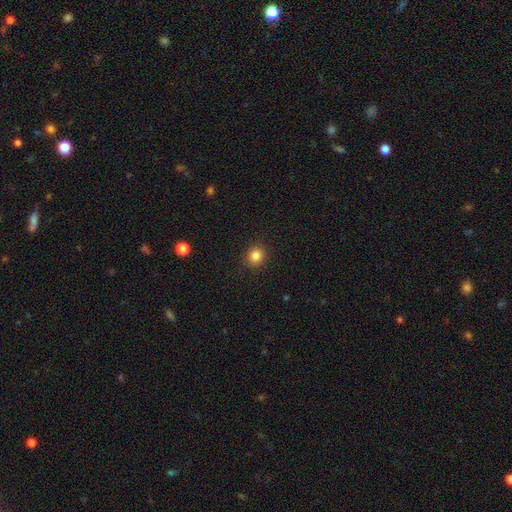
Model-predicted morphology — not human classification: Smooth or featured? Predicted: smooth (p=0.84). How rounded? Predicted: round (p=0.81). Merging? Predicted: none (p=0.90).